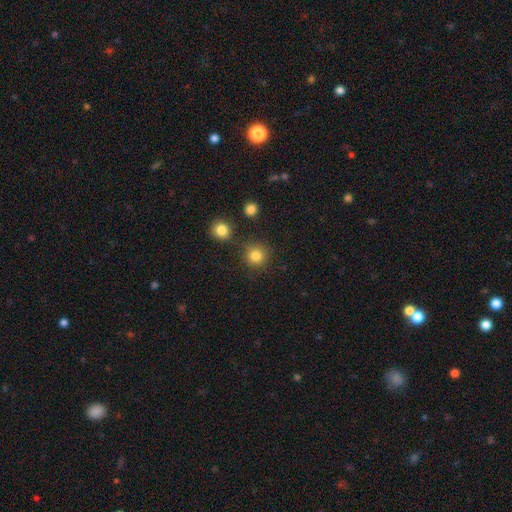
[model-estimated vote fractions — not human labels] Smooth or featured? Predicted: smooth (p=0.83). How rounded? Predicted: round (p=0.93). Merging? Predicted: none (p=0.82).